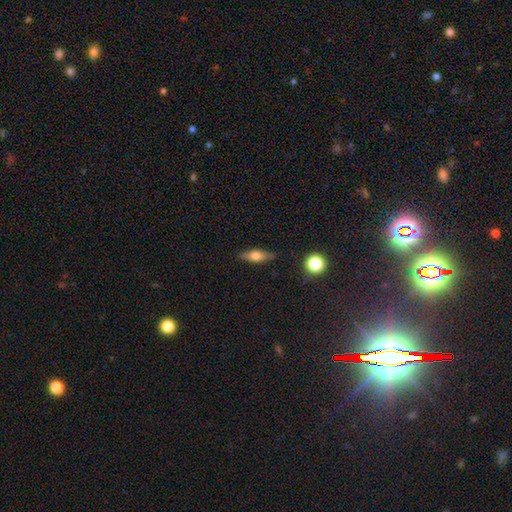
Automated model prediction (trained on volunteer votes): A smooth galaxy with no disk features (53%) that is in between round and cigar-shaped (49%).

Vote fractions:
- Smooth or featured? smooth: 53% / featured or disk: 39% / star or artifact: 8%
- How rounded? in between: 49% / cigar-shaped: 45% / round: 6%
- Merging? none: 83% / minor disturbance: 12% / major disturbance: 3% / merger: 2%